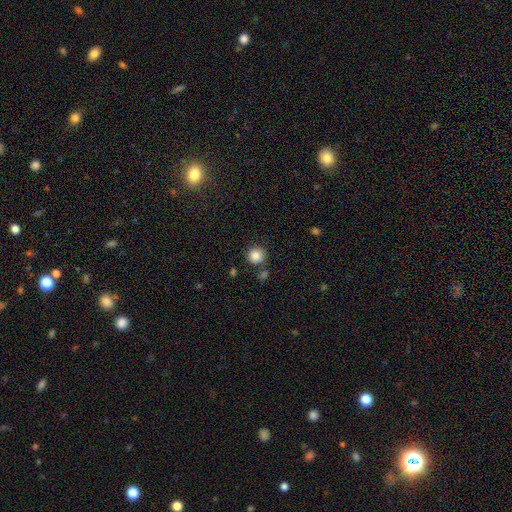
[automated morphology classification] smooth-or-featured: smooth: 86% | star or artifact: 10% | featured or disk: 4%
  how-rounded: round: 93% | in between: 6% | cigar-shaped: 1%
  merging: none: 82% | minor disturbance: 8% | merger: 8% | major disturbance: 3%